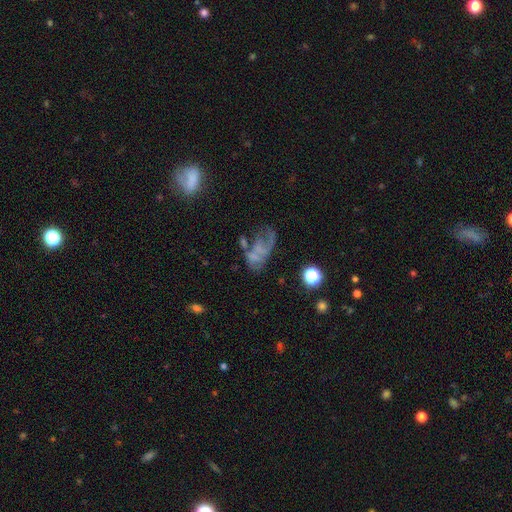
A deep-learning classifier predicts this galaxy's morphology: Overall: featured or disk (51%; smooth 31%). Edge-on disk: no (96%). Merging: major disturbance (40%; none 24%).